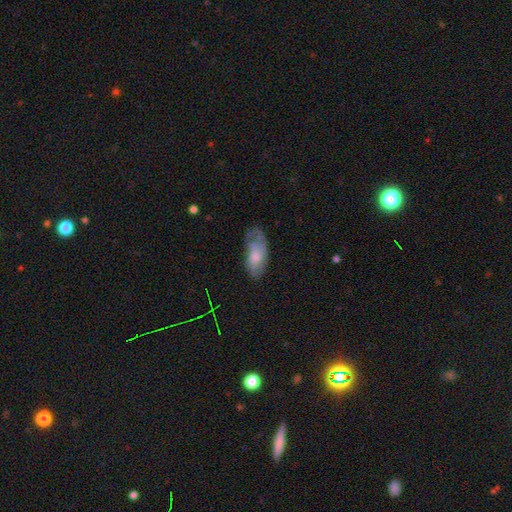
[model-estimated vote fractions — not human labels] Smooth or featured? Predicted: smooth (p=0.51). How rounded? Predicted: in between (p=0.90). Merging? Predicted: none (p=0.44).